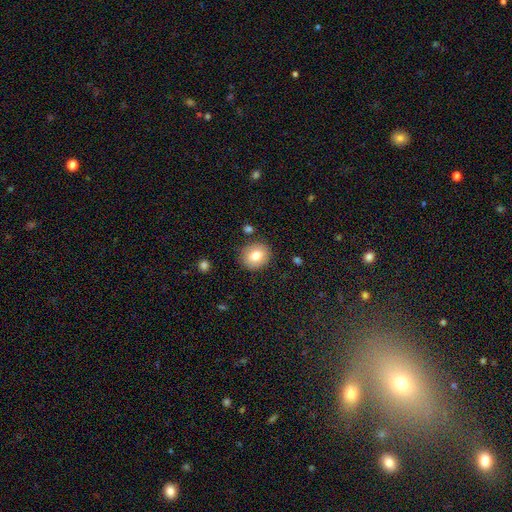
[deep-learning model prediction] Overall: smooth (78%). How rounded: round (72%). Merging: none (86%).